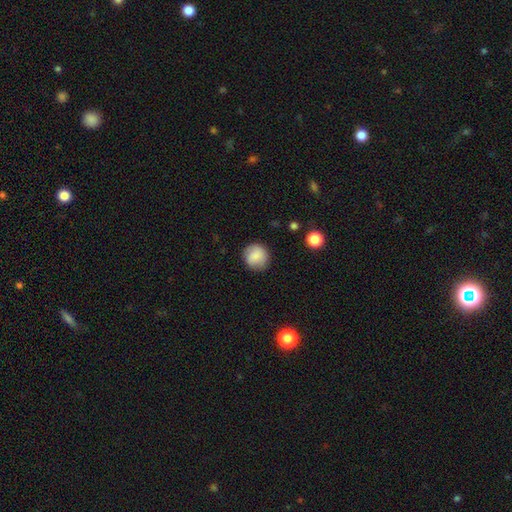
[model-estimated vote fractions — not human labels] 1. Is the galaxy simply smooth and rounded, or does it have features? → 84% smooth, 8% featured or disk, 8% star or artifact.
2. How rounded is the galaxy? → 92% round, 7% in between, 1% cigar-shaped.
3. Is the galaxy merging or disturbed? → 85% none, 11% minor disturbance, 3% major disturbance, 1% merger.